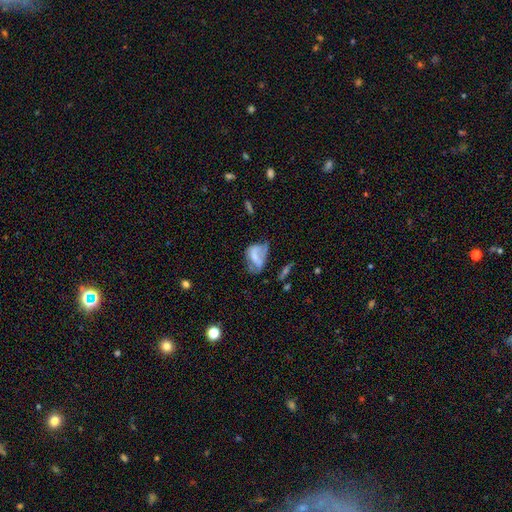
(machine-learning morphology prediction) Smooth or featured?
  - smooth: 46% *
  - featured or disk: 43%
  - star or artifact: 11%
Merging?
  - major disturbance: 37% *
  - minor disturbance: 28%
  - none: 27%
  - merger: 9%